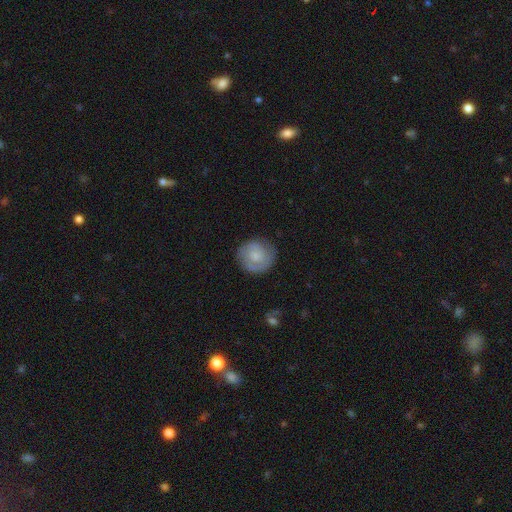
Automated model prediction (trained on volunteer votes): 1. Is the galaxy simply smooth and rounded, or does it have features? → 54% smooth, 40% featured or disk, 7% star or artifact.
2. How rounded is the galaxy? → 90% round, 9% in between, 1% cigar-shaped.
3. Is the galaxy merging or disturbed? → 80% none, 15% minor disturbance, 4% major disturbance, 1% merger.